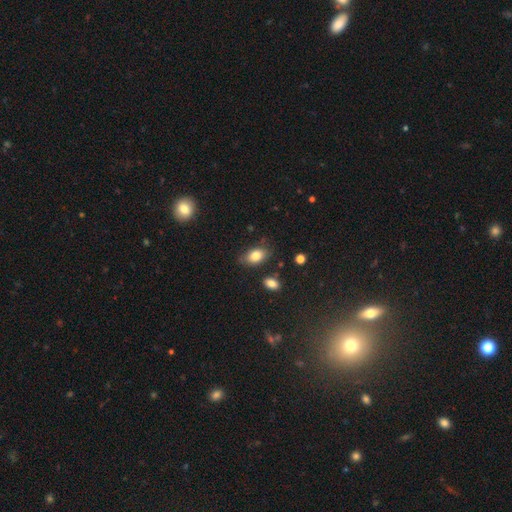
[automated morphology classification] type=smooth (82%); roundness=in between (87%); merging=none (75%).